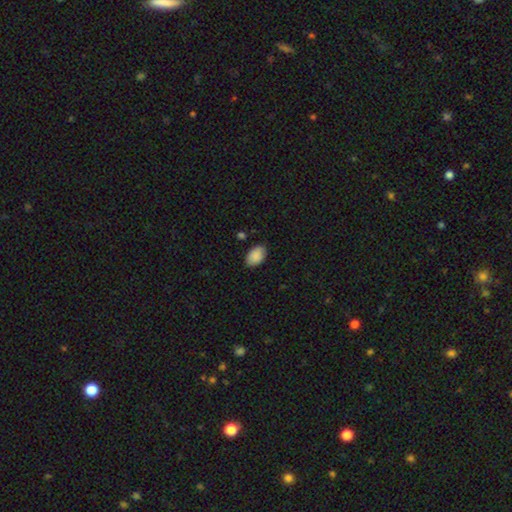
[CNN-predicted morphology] Smooth or featured?
  - smooth: 89% *
  - star or artifact: 7%
  - featured or disk: 4%
How rounded?
  - in between: 89% *
  - round: 10%
  - cigar-shaped: 1%
Merging?
  - none: 83% *
  - minor disturbance: 13%
  - major disturbance: 2%
  - merger: 2%